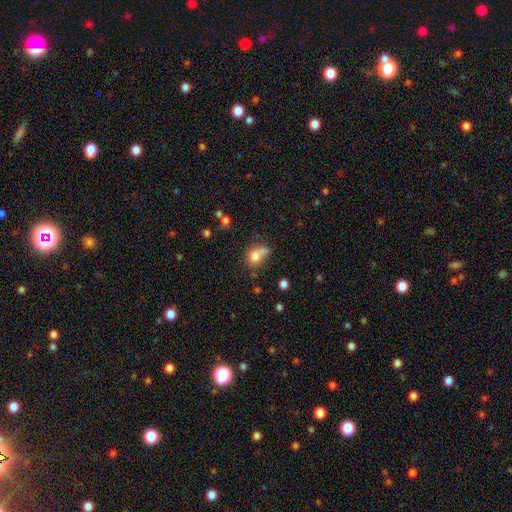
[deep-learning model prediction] Morphology: type=smooth (76%); roundness=round (53%); merging=merger (35%).